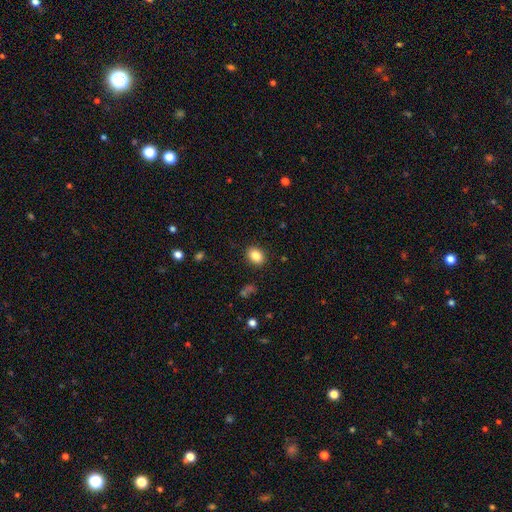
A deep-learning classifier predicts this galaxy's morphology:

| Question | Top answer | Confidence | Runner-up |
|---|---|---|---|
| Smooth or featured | smooth | 86% | star or artifact (9%) |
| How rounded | in between | 66% | round (33%) |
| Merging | none | 89% | minor disturbance (8%) |